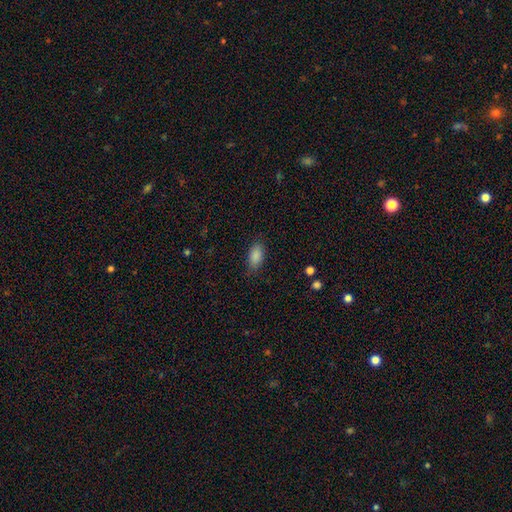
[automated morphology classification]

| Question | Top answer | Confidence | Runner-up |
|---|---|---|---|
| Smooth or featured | smooth | 88% | star or artifact (8%) |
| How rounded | in between | 92% | round (4%) |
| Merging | none | 83% | minor disturbance (12%) |